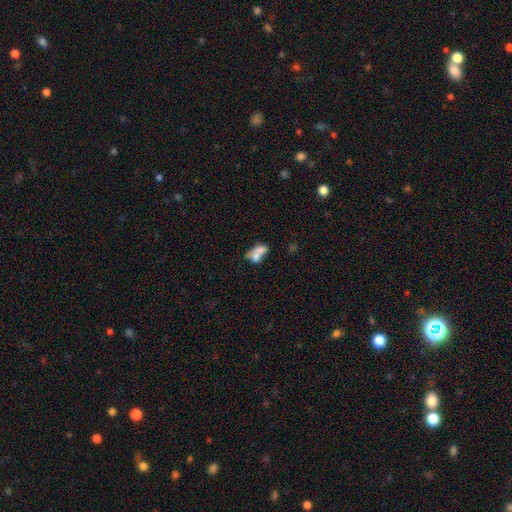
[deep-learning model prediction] smooth_or_featured: smooth (p=0.65) [alt: featured or disk p=0.25]
how_rounded: in between (p=0.78) [alt: round p=0.15]
merging: merger (p=0.56) [alt: none p=0.22]